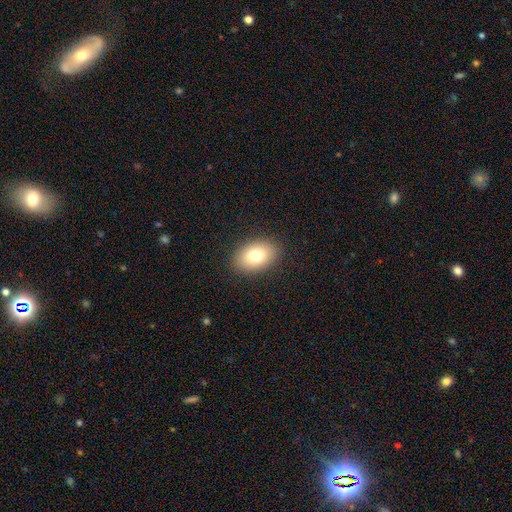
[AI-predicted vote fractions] Morphology: type=smooth (79%); roundness=in between (85%); merging=none (89%).